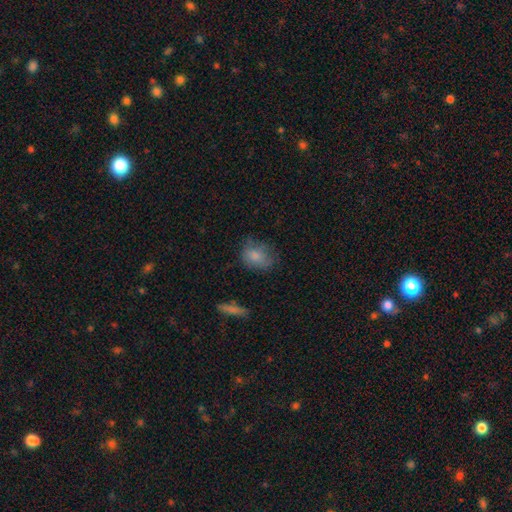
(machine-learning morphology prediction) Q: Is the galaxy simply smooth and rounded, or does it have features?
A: smooth — 79%.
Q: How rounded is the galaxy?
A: in between — 58%.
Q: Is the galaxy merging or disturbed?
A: none — 56%.